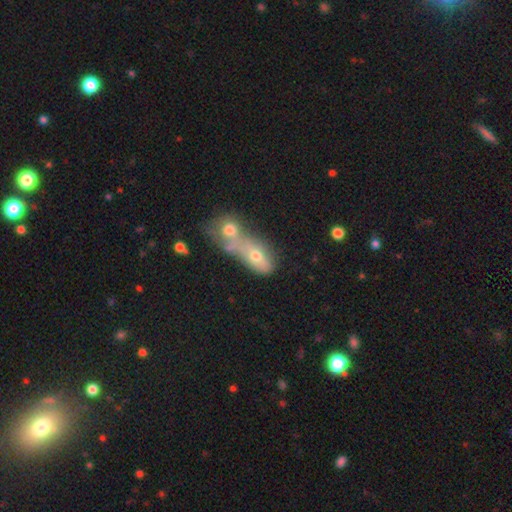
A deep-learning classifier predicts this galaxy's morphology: This appears to be a smooth galaxy with no disk features (60%) that is in between round and cigar-shaped (72%). Merging: merger (70%).